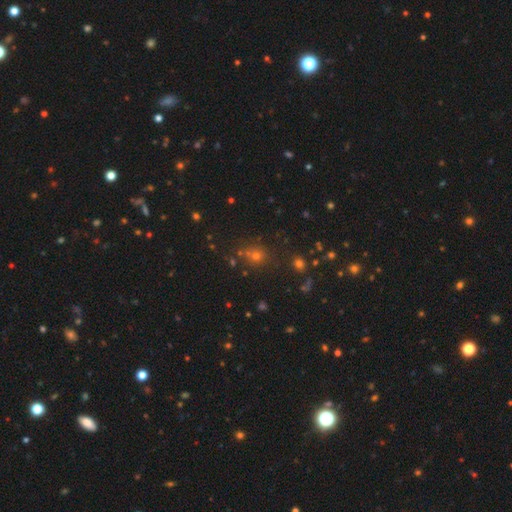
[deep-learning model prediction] Q: Smooth or featured?
A: smooth (55%); runner-up: star or artifact (36%)
Q: How rounded?
A: round (81%); runner-up: in between (17%)
Q: Merging?
A: none (75%); runner-up: minor disturbance (12%)